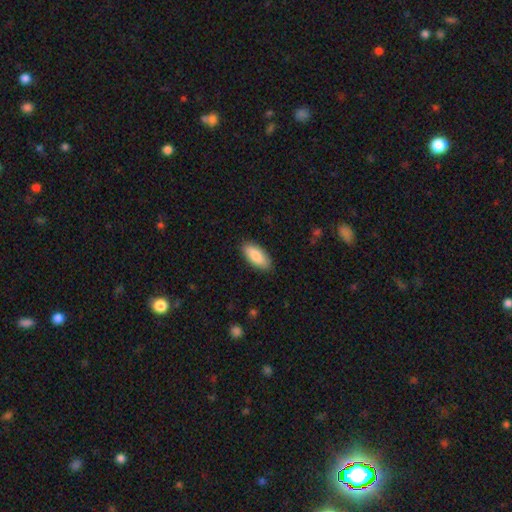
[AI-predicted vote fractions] A smooth galaxy with no disk features (86%) that is in between round and cigar-shaped (86%). Merging: none (88%).